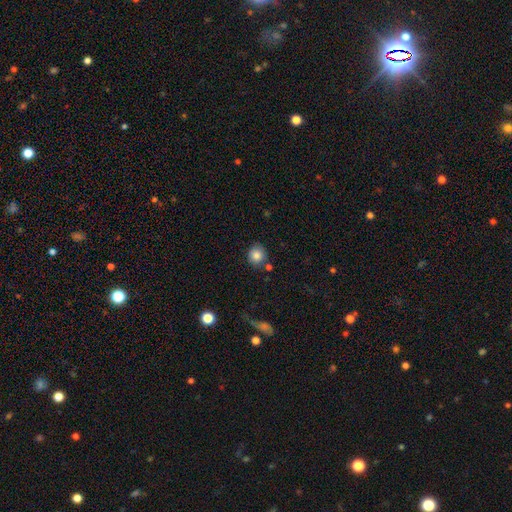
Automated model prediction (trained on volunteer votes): Overall: smooth (84%). How rounded: round (85%). Merging: none (78%).